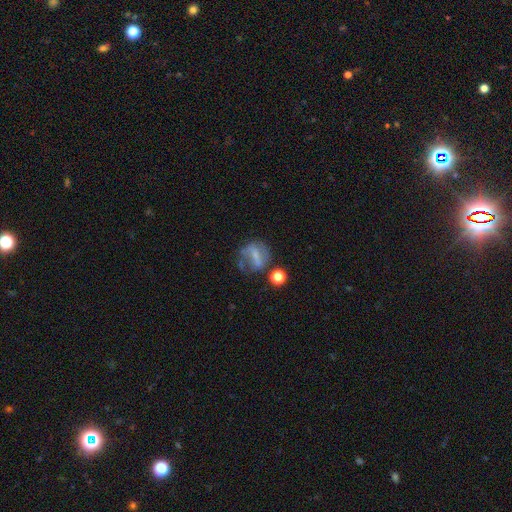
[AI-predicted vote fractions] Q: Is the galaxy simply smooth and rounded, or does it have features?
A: featured or disk — 48%.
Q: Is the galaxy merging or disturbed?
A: none — 48%.